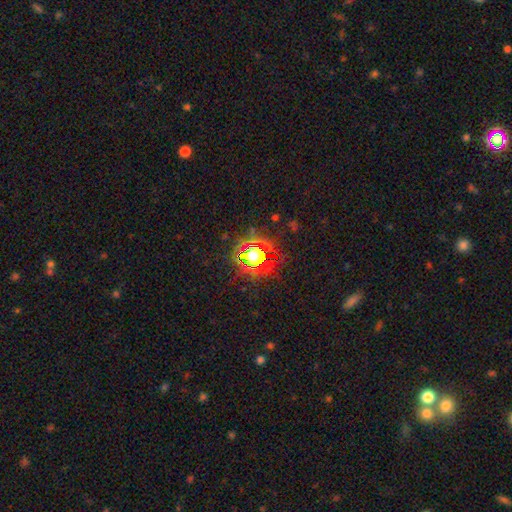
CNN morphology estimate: Smooth or featured?
  - star or artifact: 63% *
  - smooth: 25%
  - featured or disk: 12%